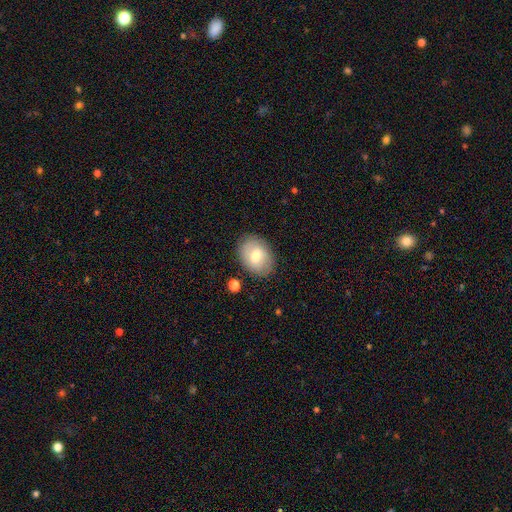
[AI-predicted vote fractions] Smooth or featured?
  - smooth: 65% *
  - featured or disk: 27%
  - star or artifact: 8%
How rounded?
  - in between: 72% *
  - round: 27%
  - cigar-shaped: 1%
Merging?
  - none: 83% *
  - minor disturbance: 12%
  - major disturbance: 3%
  - merger: 2%